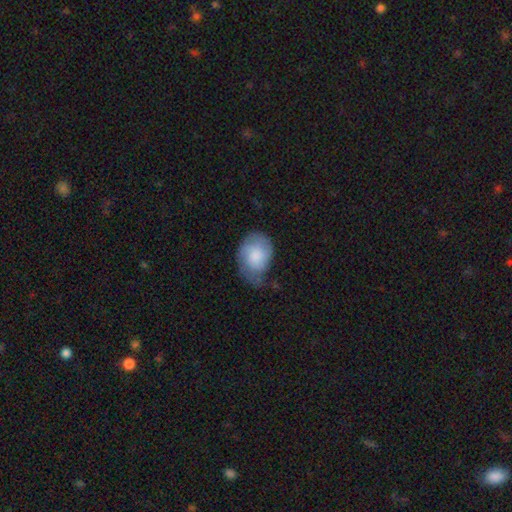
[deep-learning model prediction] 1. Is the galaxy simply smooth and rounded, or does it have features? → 76% smooth, 17% featured or disk, 6% star or artifact.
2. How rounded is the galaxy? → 68% in between, 31% round, 1% cigar-shaped.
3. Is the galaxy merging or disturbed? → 45% minor disturbance, 34% none, 19% major disturbance, 2% merger.